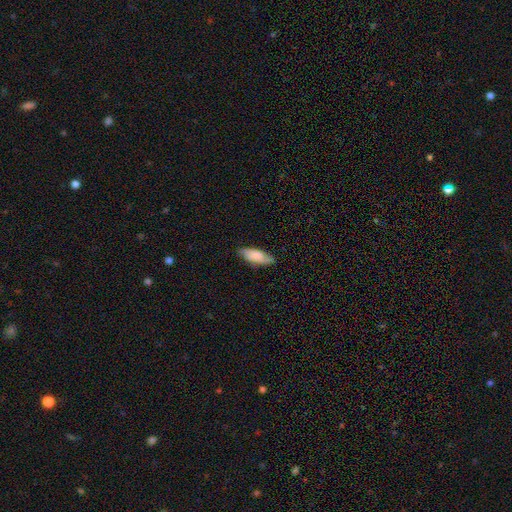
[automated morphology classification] The model was most divided on "how rounded": in between: 72%, cigar-shaped: 26%, round: 2%. More confident: merging — none (79%); smooth or featured — smooth (77%).